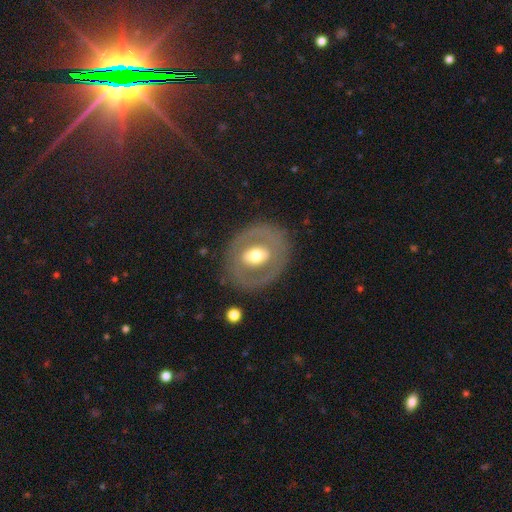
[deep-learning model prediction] Q: Smooth or featured?
A: featured or disk (57%); runner-up: smooth (37%)
Q: Edge-on disk?
A: no (93%); runner-up: yes (7%)
Q: Bar?
A: no (49%); runner-up: weak (29%)
Q: Spiral arms?
A: no (84%); runner-up: yes (16%)
Q: Bulge size?
A: moderate (65%); runner-up: large (22%)
Q: Merging?
A: none (80%); runner-up: minor disturbance (11%)